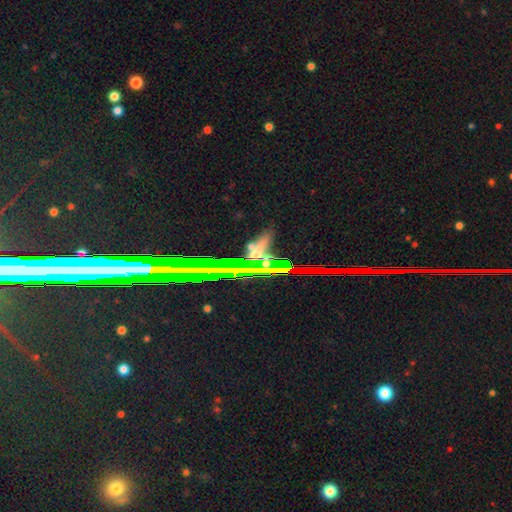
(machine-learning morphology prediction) Overall: featured or disk (39%; star or artifact 38%). Merging: none (68%).